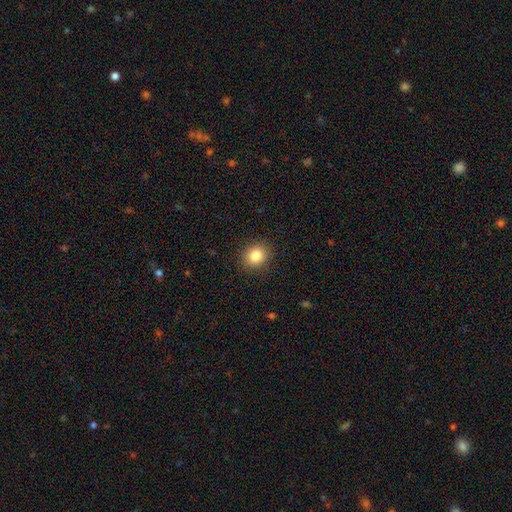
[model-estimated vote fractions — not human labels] The model was most divided on "how rounded": round: 77%, in between: 23%, cigar-shaped: 1%. More confident: merging — none (90%); smooth or featured — smooth (84%).